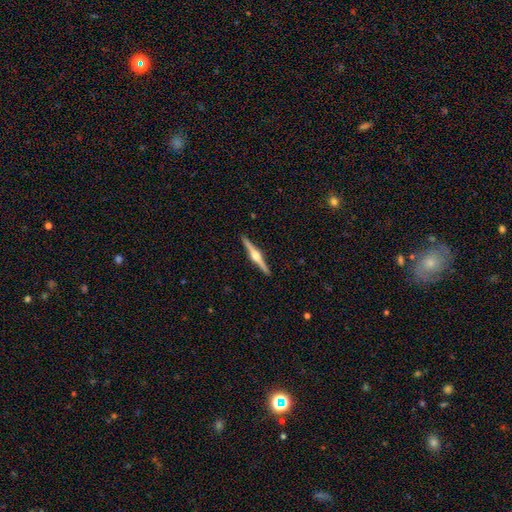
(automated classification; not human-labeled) Smooth or featured: featured or disk — 83% (smooth — 12%)
Edge-on disk: yes — 99% (no — 1%)
Edge-on bulge: rounded — 95% (boxy — 3%)
Merging: none — 92% (minor disturbance — 5%)